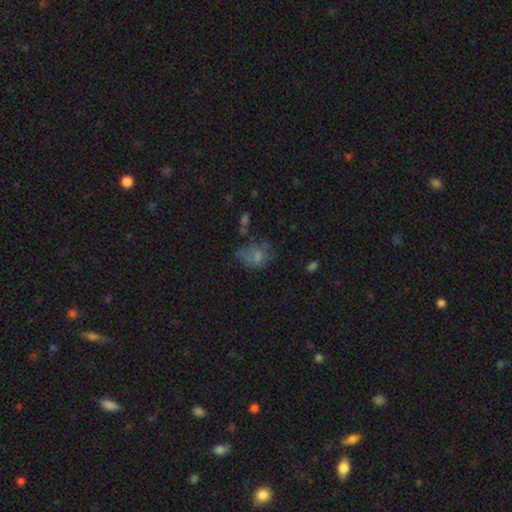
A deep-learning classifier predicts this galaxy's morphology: Smooth or featured: smooth — 60% (featured or disk — 25%)
How rounded: in between — 61% (round — 37%)
Merging: none — 36% (major disturbance — 30%)